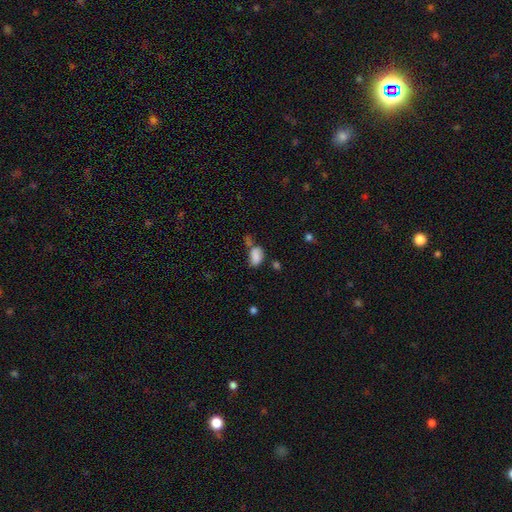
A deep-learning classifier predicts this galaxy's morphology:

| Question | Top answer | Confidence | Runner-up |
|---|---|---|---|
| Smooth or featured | smooth | 79% | featured or disk (11%) |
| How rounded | in between | 88% | round (10%) |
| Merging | none | 37% | minor disturbance (25%) |